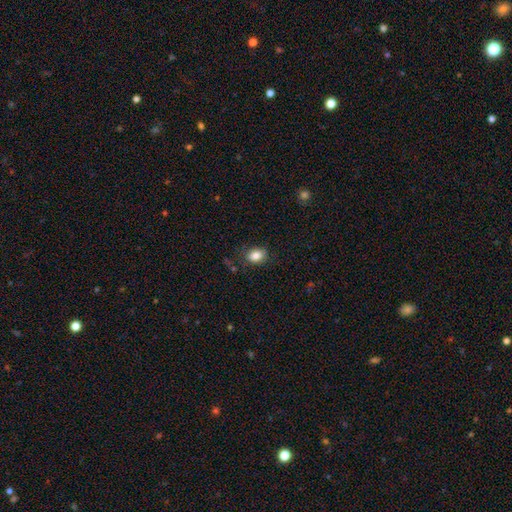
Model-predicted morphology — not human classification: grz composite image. It shows a smooth galaxy with no disk features (85%) that is in between round and cigar-shaped (70%). Merging: none (81%).